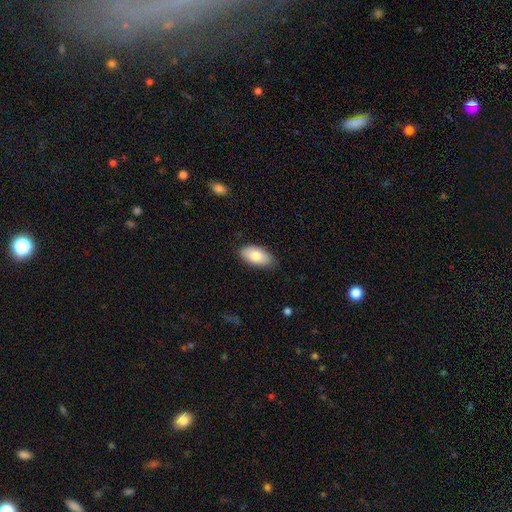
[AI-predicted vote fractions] This is clearly a smooth galaxy (84%). How rounded: clearly in between (94%). Merging: clearly none (81%).